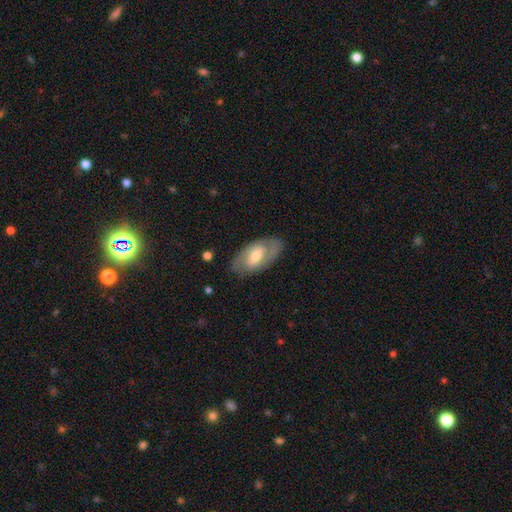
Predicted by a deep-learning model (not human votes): smooth_or_featured: featured or disk (p=0.63) [alt: smooth p=0.31]
disk_edge_on: no (p=0.92) [alt: yes p=0.08]
bar: weak (p=0.46) [alt: no p=0.30]
has_spiral_arms: yes (p=0.73) [alt: no p=0.27]
bulge_size: moderate (p=0.61) [alt: small p=0.30]
merging: none (p=0.82) [alt: minor disturbance p=0.13]